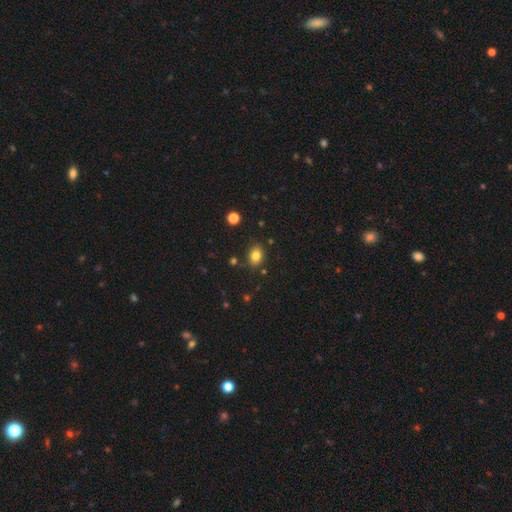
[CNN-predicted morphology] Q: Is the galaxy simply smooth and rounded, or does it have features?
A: smooth — 81%.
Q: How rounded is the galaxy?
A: in between — 64%.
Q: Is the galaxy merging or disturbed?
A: none — 83%.